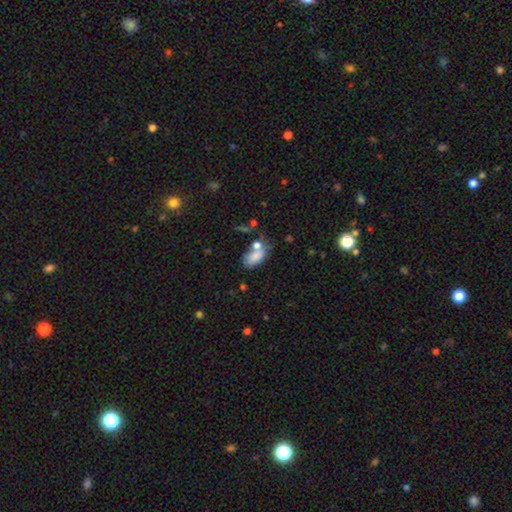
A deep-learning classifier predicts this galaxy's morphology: smooth 78%, featured or disk 13%, star or artifact 9%. Down the decision tree: how rounded — in between (90%); merging — none (42%).